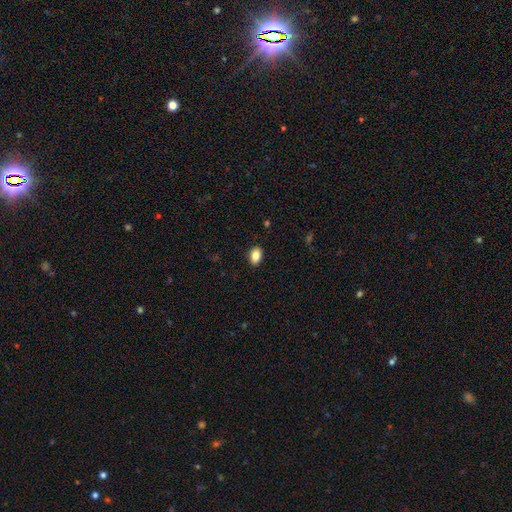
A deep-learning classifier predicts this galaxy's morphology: type=smooth (86%); roundness=in between (85%); merging=none (89%).